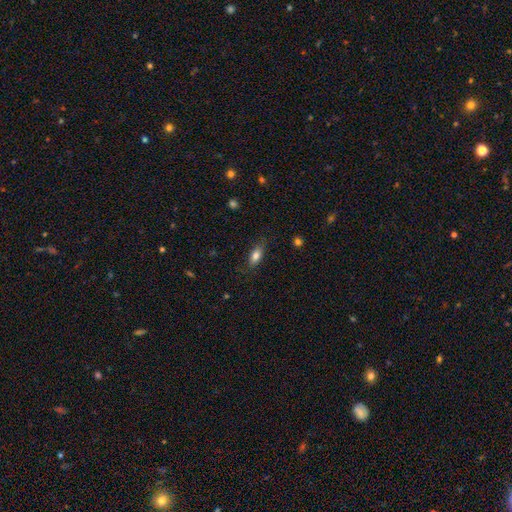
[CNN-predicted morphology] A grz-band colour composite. It shows a smooth galaxy with no disk features (80%) that is in between round and cigar-shaped (80%). Merging: none (77%).